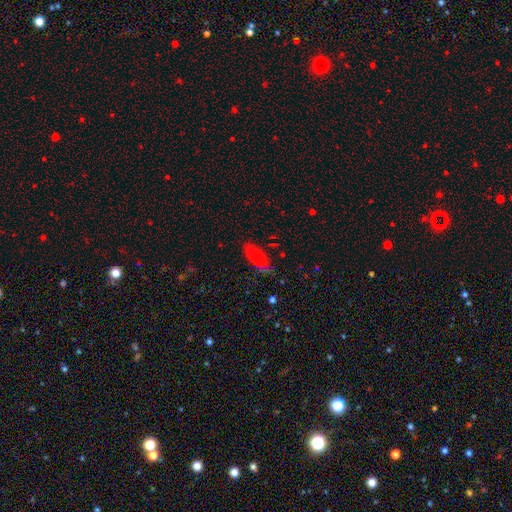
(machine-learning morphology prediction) type=smooth (76%); roundness=in between (73%); merging=none (73%).